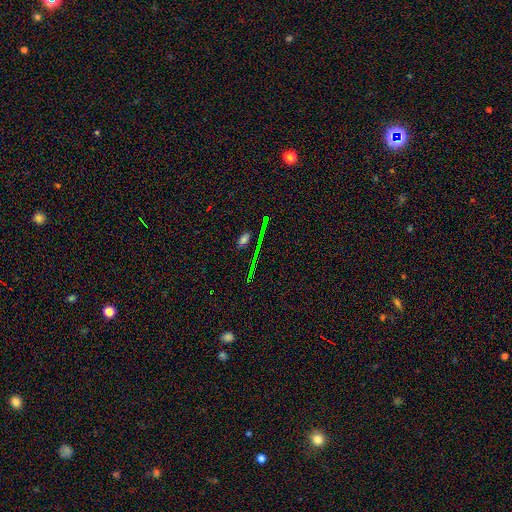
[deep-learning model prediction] Smooth or featured: star or artifact — 64% (smooth — 19%)